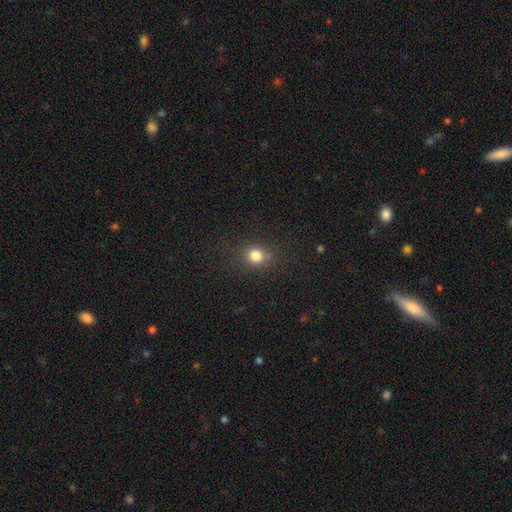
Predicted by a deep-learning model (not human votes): Overall: smooth (81%). How rounded: round (76%). Merging: none (81%).